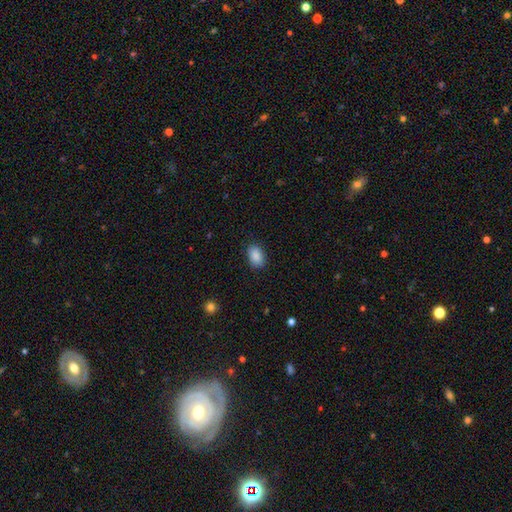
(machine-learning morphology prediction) This is clearly a smooth galaxy (89%). How rounded: clearly in between (87%). Merging: clearly none (87%).